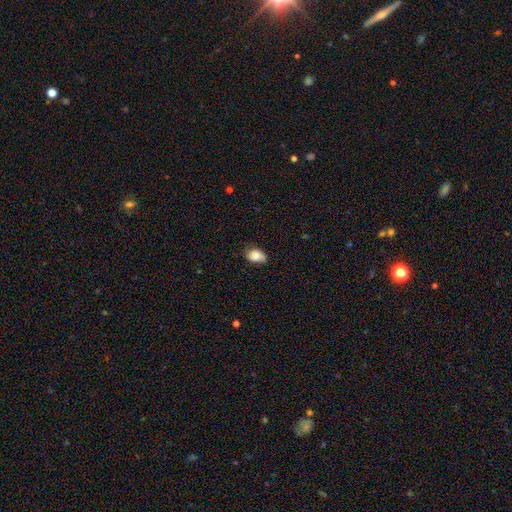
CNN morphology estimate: Smooth or featured? Predicted: smooth (p=0.81). How rounded? Predicted: in between (p=0.85). Merging? Predicted: none (p=0.64).